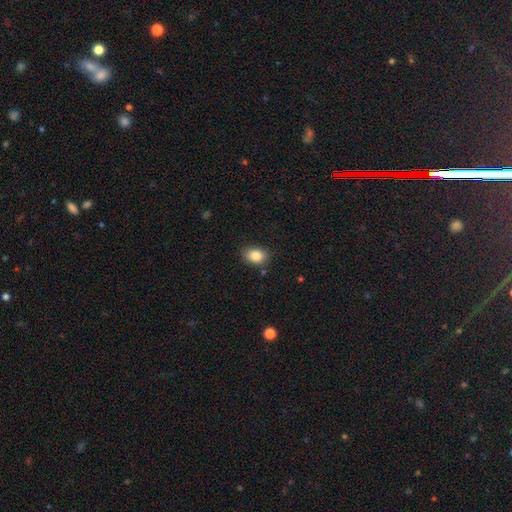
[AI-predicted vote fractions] Overall: smooth (85%). How rounded: in between (71%). Merging: none (81%).